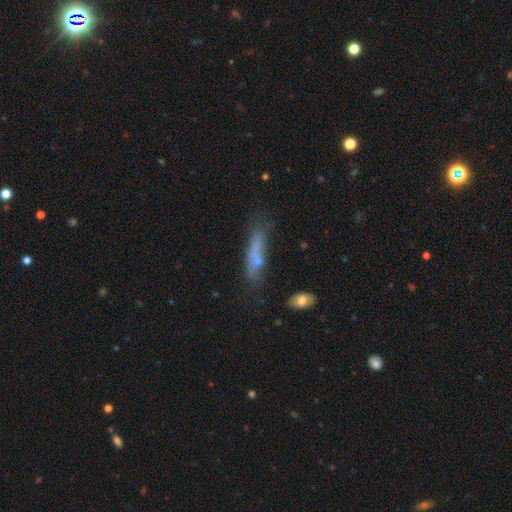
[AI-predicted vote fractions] Smooth or featured?
  - smooth: 58% *
  - featured or disk: 30%
  - star or artifact: 12%
How rounded?
  - cigar-shaped: 76% *
  - in between: 21%
  - round: 3%
Merging?
  - none: 52% *
  - minor disturbance: 27%
  - major disturbance: 15%
  - merger: 7%